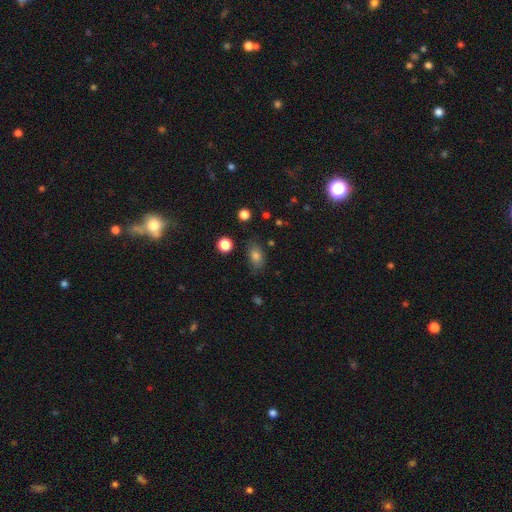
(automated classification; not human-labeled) Smooth or featured?
  - smooth: 80% *
  - star or artifact: 11%
  - featured or disk: 9%
How rounded?
  - in between: 82% *
  - round: 16%
  - cigar-shaped: 3%
Merging?
  - none: 77% *
  - minor disturbance: 16%
  - major disturbance: 4%
  - merger: 2%